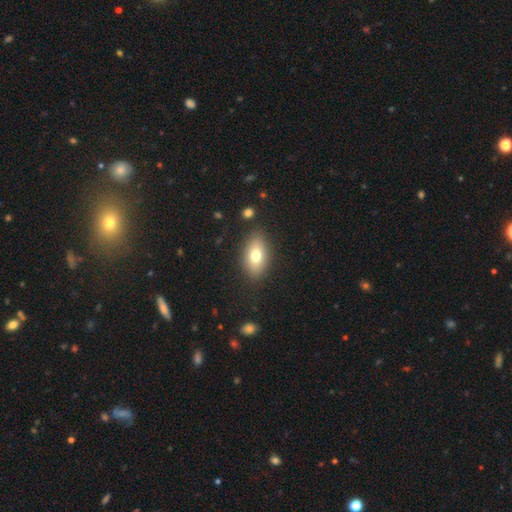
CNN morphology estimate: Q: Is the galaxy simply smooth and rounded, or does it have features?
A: smooth — 74%.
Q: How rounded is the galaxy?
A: in between — 88%.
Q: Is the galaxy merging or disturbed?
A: none — 84%.